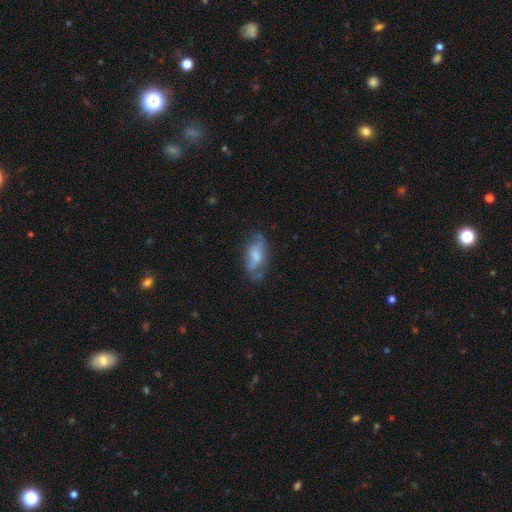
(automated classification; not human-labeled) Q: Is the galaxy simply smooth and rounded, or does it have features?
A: smooth — 53%.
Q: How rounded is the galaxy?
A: in between — 82%.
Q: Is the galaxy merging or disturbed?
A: none — 54%.